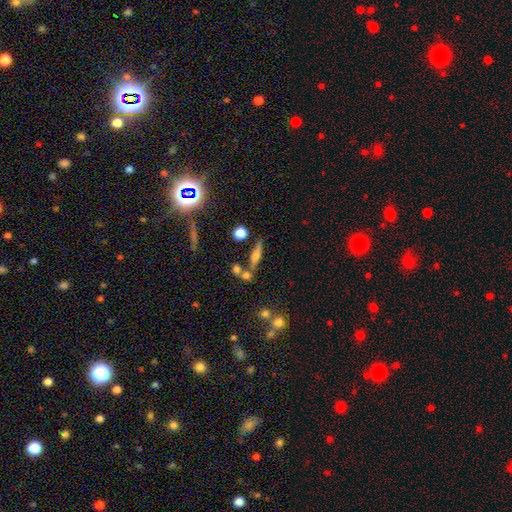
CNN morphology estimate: A smooth galaxy with no disk features (46%).

Vote fractions:
- Smooth or featured? smooth: 46% / featured or disk: 37% / star or artifact: 16%
- Merging? none: 63% / merger: 19% / minor disturbance: 12% / major disturbance: 5%